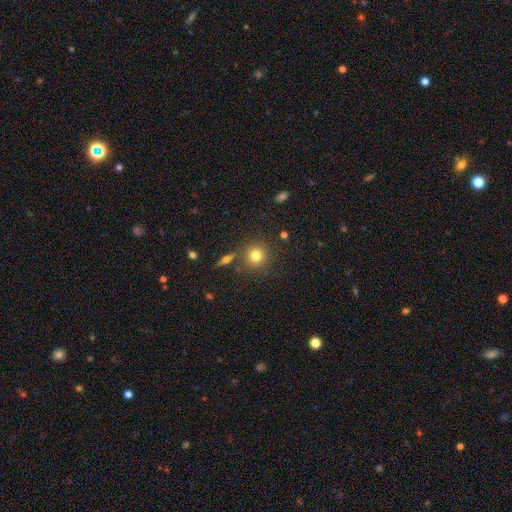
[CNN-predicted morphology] This is likely a smooth galaxy (78%). How rounded: clearly round (92%). Merging: clearly none (81%).